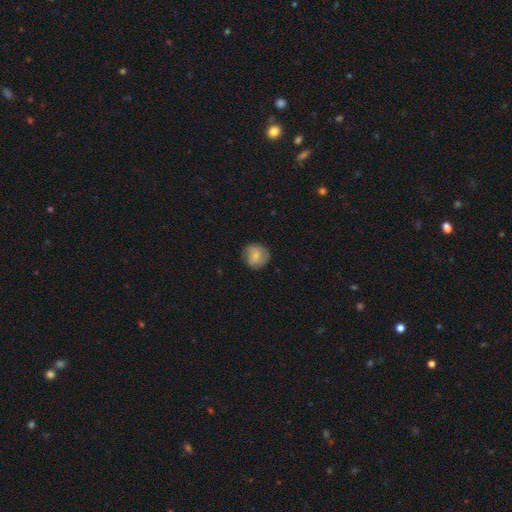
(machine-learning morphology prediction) smooth_or_featured: smooth (p=0.71) [alt: featured or disk p=0.21]
how_rounded: round (p=0.89) [alt: in between p=0.10]
merging: none (p=0.76) [alt: minor disturbance p=0.19]